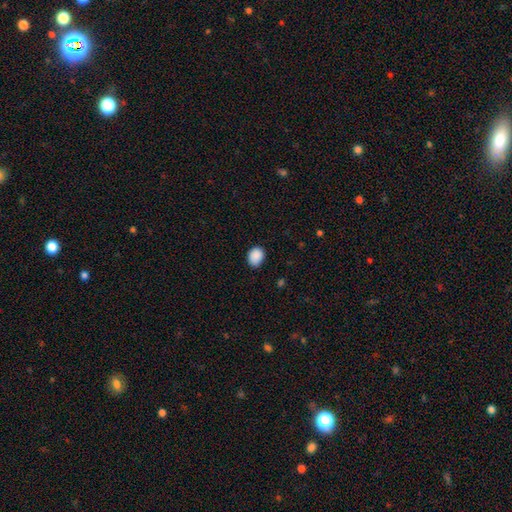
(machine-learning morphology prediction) A smooth galaxy with no disk features (89%) that is in between round and cigar-shaped (50%).

Vote fractions:
- Smooth or featured? smooth: 89% / star or artifact: 8% / featured or disk: 3%
- How rounded? in between: 50% / round: 49% / cigar-shaped: 1%
- Merging? none: 82% / minor disturbance: 15% / major disturbance: 3% / merger: 1%